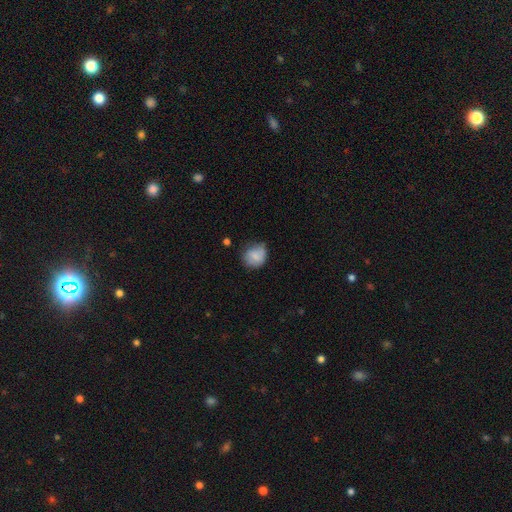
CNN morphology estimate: smooth 76%, featured or disk 16%, star or artifact 8%. Down the decision tree: how rounded — round (74%); merging — none (60%).